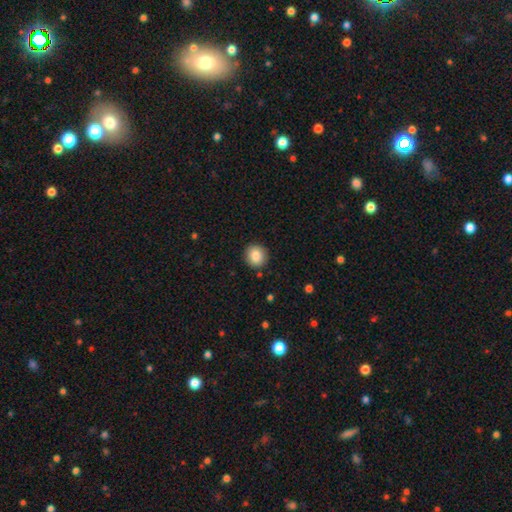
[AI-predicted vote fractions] This appears to be a smooth galaxy with no disk features (86%) that is round (88%). Merging: none (90%).